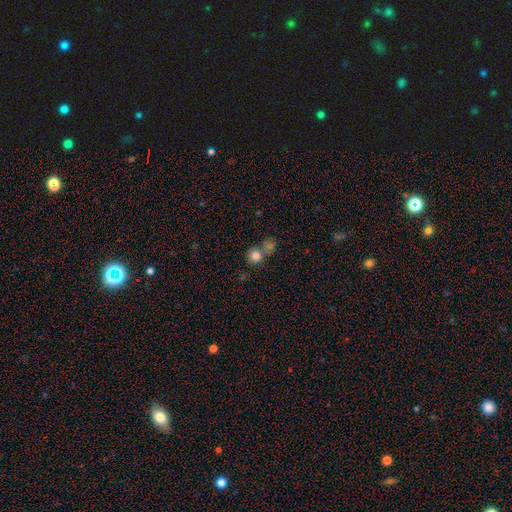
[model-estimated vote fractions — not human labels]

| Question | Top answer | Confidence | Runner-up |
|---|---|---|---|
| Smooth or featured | smooth | 82% | star or artifact (11%) |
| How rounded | round | 88% | in between (11%) |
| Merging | none | 49% | merger (40%) |